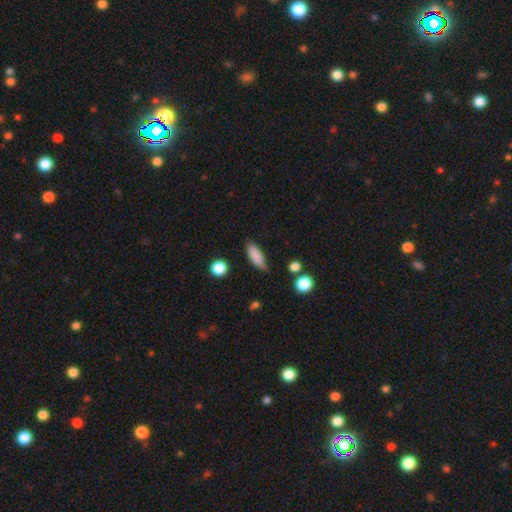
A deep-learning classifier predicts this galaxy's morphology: Smooth or featured? Predicted: smooth (p=0.84). How rounded? Predicted: in between (p=0.65). Merging? Predicted: none (p=0.70).